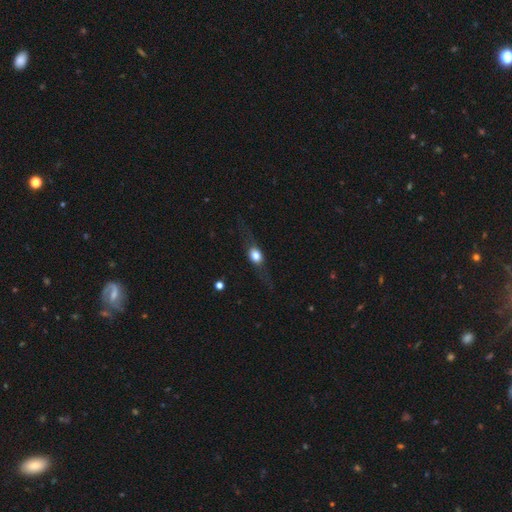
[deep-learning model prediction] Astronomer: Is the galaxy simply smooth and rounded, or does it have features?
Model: featured or disk — 50% (runner-up: smooth, 41%).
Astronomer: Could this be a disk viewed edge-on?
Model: yes — 80%.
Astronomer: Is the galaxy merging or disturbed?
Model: none — 74%.